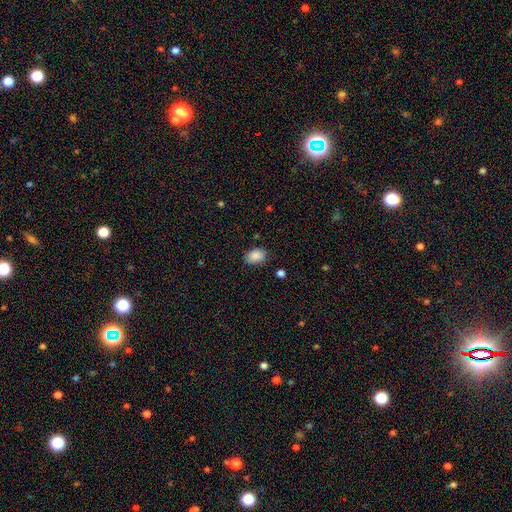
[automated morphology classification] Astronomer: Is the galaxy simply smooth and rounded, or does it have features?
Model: smooth — 88%.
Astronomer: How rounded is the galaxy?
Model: in between — 87%.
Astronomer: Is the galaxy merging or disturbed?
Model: none — 83%.